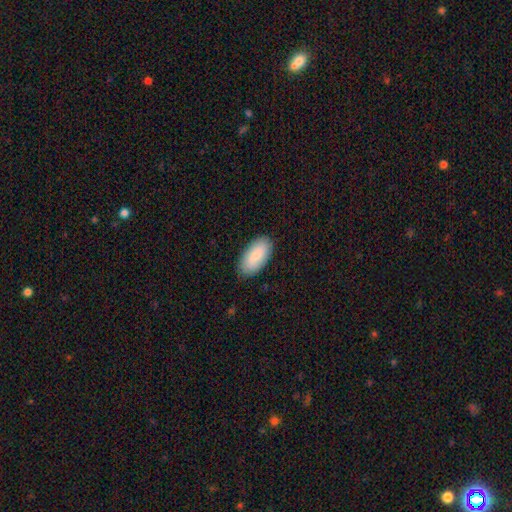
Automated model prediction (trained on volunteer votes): Smooth or featured?
  - smooth: 86% *
  - featured or disk: 9%
  - star or artifact: 5%
How rounded?
  - in between: 94% *
  - cigar-shaped: 4%
  - round: 2%
Merging?
  - none: 86% *
  - minor disturbance: 11%
  - major disturbance: 2%
  - merger: 1%